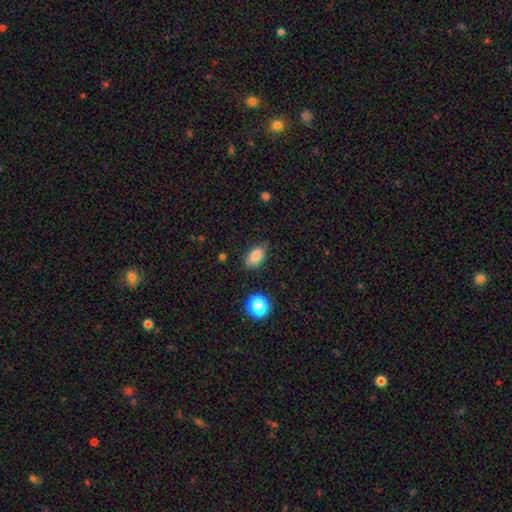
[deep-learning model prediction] Smooth or featured: smooth — 85% (star or artifact — 10%)
How rounded: in between — 88% (round — 9%)
Merging: none — 79% (minor disturbance — 16%)